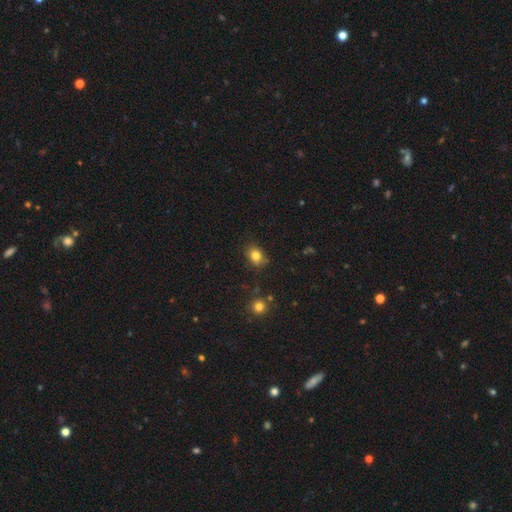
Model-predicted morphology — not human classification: This is clearly a smooth galaxy (81%). How rounded: possibly in between (60%). Merging: likely none (78%).